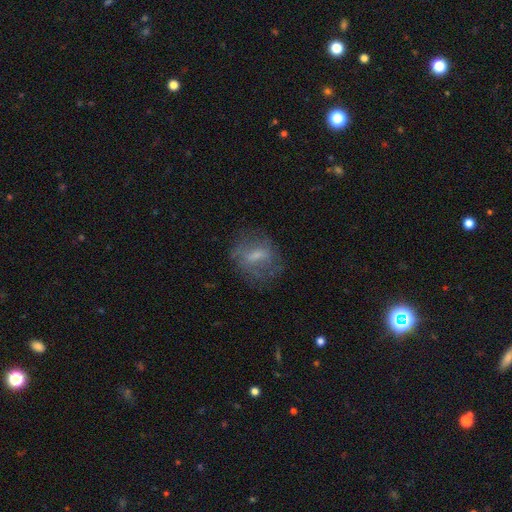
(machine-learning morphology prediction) type=featured or disk (45%); merging=none (65%).